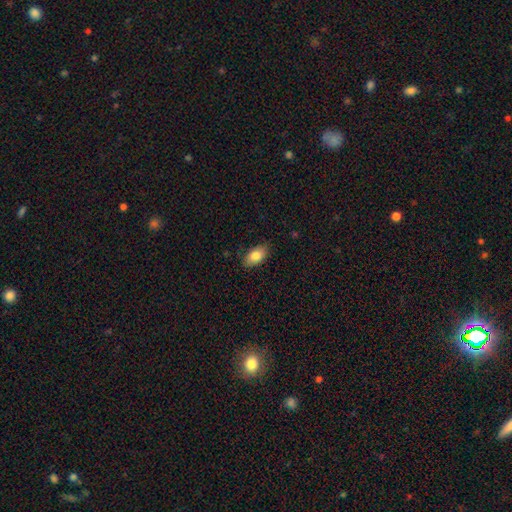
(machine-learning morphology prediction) The model was most divided on "merging": none: 84%, minor disturbance: 12%, major disturbance: 2%, merger: 1%. More confident: how rounded — in between (92%); smooth or featured — smooth (83%).